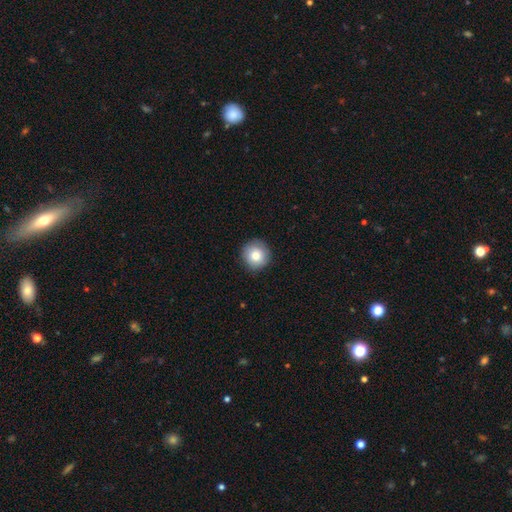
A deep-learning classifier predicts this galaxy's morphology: This is clearly a smooth galaxy (83%). How rounded: clearly round (94%). Merging: clearly none (89%).